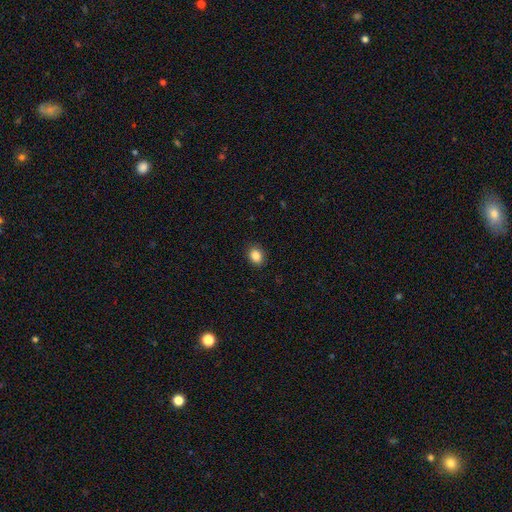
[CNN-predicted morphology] A smooth galaxy with no disk features (87%) that is in between round and cigar-shaped (59%).

Vote fractions:
- Smooth or featured? smooth: 87% / star or artifact: 9% / featured or disk: 4%
- How rounded? in between: 59% / round: 40% / cigar-shaped: 1%
- Merging? none: 89% / minor disturbance: 8% / major disturbance: 2% / merger: 1%